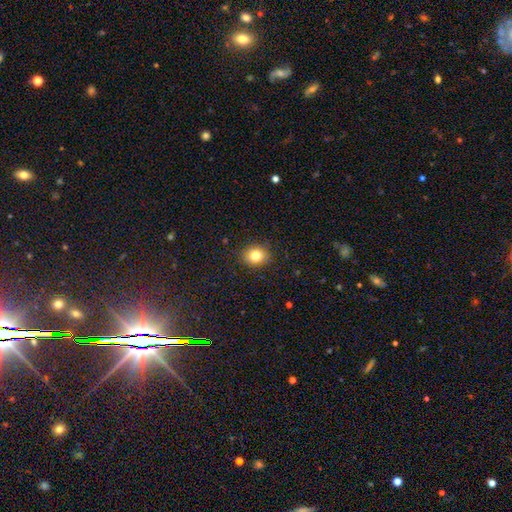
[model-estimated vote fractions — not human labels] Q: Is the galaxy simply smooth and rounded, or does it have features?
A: smooth — 81%.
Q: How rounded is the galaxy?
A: round — 62%.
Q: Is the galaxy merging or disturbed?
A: none — 89%.